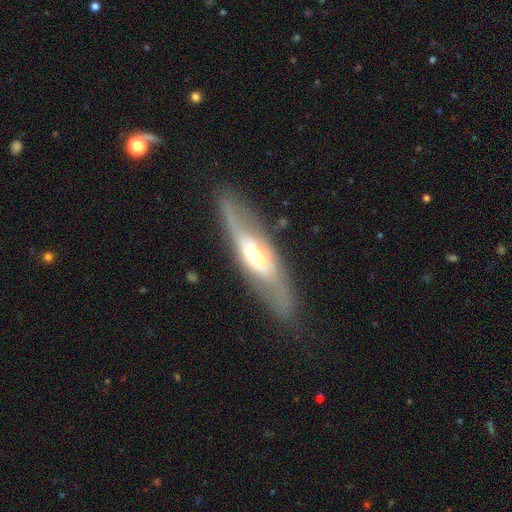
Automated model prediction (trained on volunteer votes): smooth-or-featured: featured or disk: 71% | smooth: 23% | star or artifact: 6%
  disk-edge-on: no: 62% | yes: 38%
  merging: none: 79% | minor disturbance: 14% | major disturbance: 5% | merger: 2%